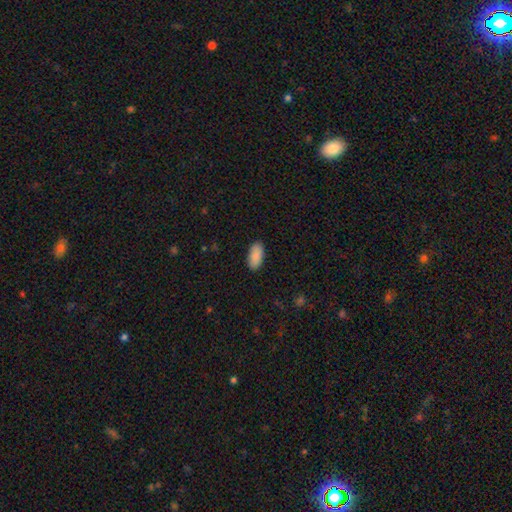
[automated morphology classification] A smooth galaxy with no disk features (90%) that is in between round and cigar-shaped (92%). Merging: none (89%).